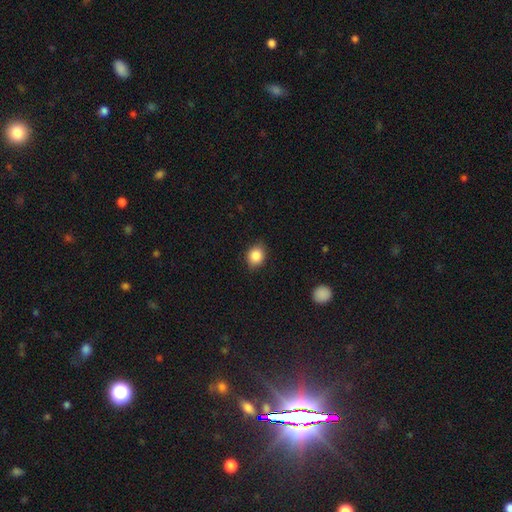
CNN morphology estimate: A smooth galaxy with no disk features (86%) that is round (56%).

Vote fractions:
- Smooth or featured? smooth: 86% / star or artifact: 9% / featured or disk: 5%
- How rounded? round: 56% / in between: 42% / cigar-shaped: 1%
- Merging? none: 84% / minor disturbance: 12% / major disturbance: 2% / merger: 1%